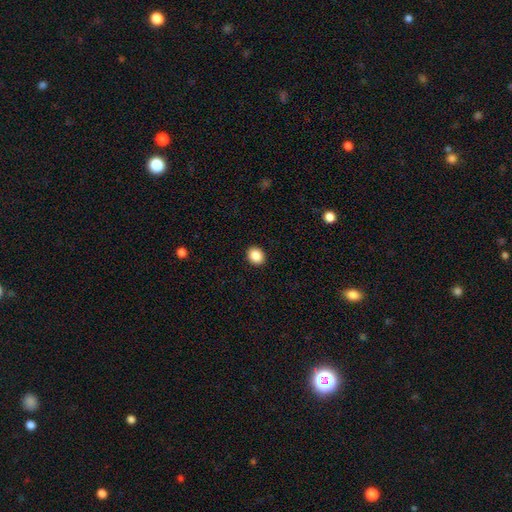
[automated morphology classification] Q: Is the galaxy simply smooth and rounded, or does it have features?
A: smooth — 88%.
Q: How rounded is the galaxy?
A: round — 63%.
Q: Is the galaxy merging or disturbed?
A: none — 92%.